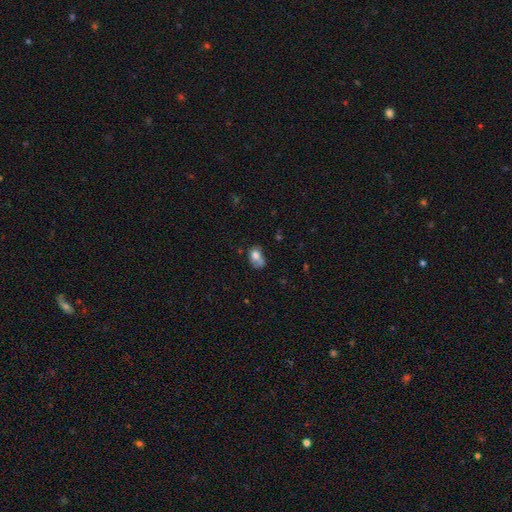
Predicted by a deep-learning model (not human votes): smooth_or_featured: smooth (p=0.71) [alt: featured or disk p=0.18]
how_rounded: in between (p=0.63) [alt: round p=0.36]
merging: none (p=0.31) [alt: merger p=0.30]